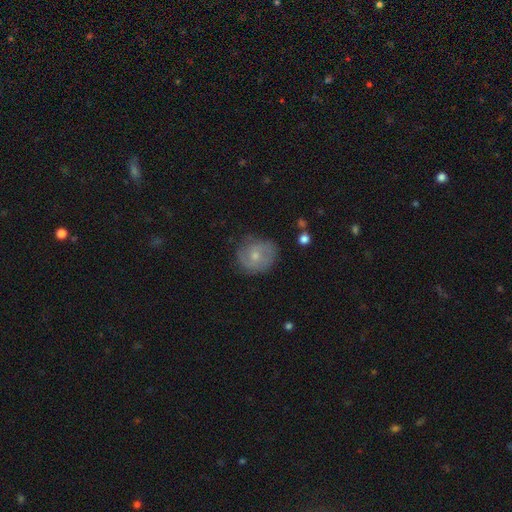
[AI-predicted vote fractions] Smooth or featured?
  - featured or disk: 52% *
  - smooth: 41%
  - star or artifact: 7%
Edge-on disk?
  - no: 97% *
  - yes: 3%
Bar?
  - no: 73% *
  - weak: 23%
  - strong: 4%
Spiral arms?
  - yes: 74% *
  - no: 26%
Bulge size?
  - small: 53% *
  - moderate: 42%
  - none: 2%
  - large: 2%
  - dominant: 1%
Merging?
  - none: 67% *
  - minor disturbance: 23%
  - major disturbance: 8%
  - merger: 2%